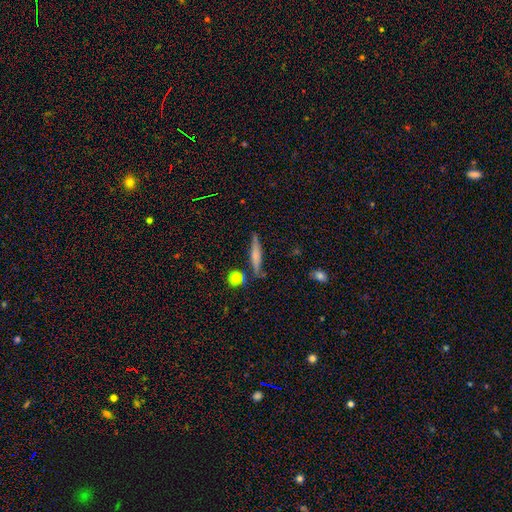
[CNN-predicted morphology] A smooth galaxy with no disk features (54%) that is cigar-shaped (90%). Merging: none (81%).